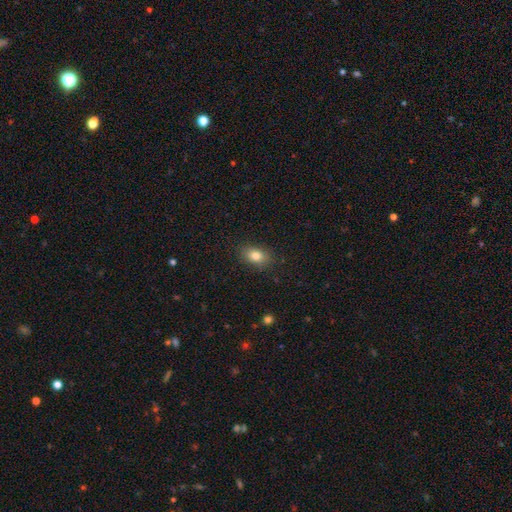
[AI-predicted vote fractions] smooth-or-featured: smooth: 83% | star or artifact: 9% | featured or disk: 8%
  how-rounded: in between: 81% | round: 17% | cigar-shaped: 2%
  merging: none: 87% | minor disturbance: 10% | major disturbance: 3% | merger: 1%